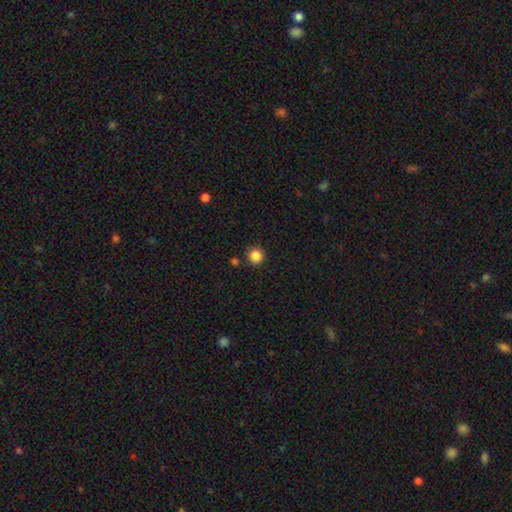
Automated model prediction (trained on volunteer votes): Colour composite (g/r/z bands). It shows a smooth galaxy with no disk features (85%) that is round (94%). Merging: none (87%).